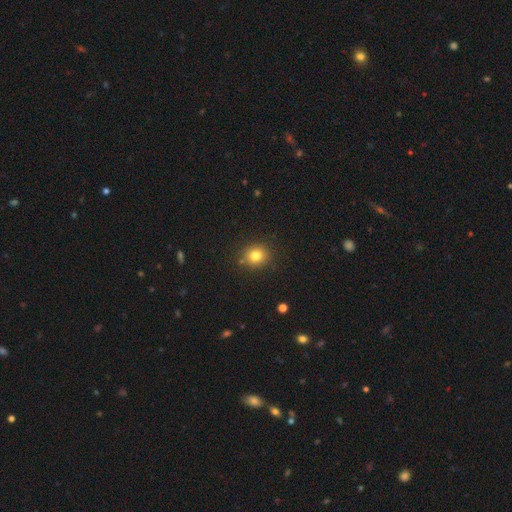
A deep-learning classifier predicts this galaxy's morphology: smooth 80%, star or artifact 12%, featured or disk 7%. Down the decision tree: how rounded — round (80%); merging — none (86%).